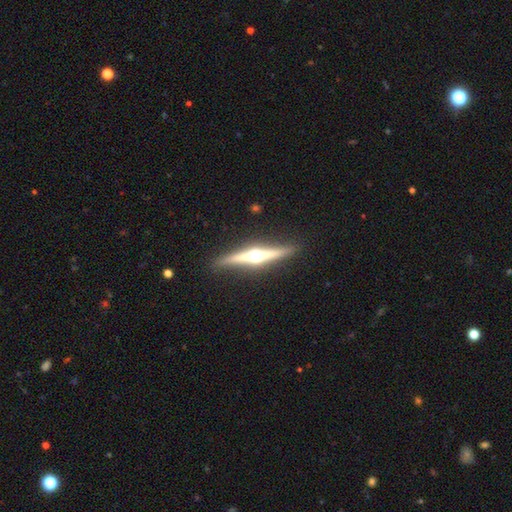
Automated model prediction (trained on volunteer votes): smooth_or_featured: featured or disk (p=0.80) [alt: smooth p=0.14]
disk_edge_on: yes (p=0.98) [alt: no p=0.02]
edge_on_bulge: rounded (p=0.96) [alt: boxy p=0.03]
merging: none (p=0.89) [alt: minor disturbance p=0.08]